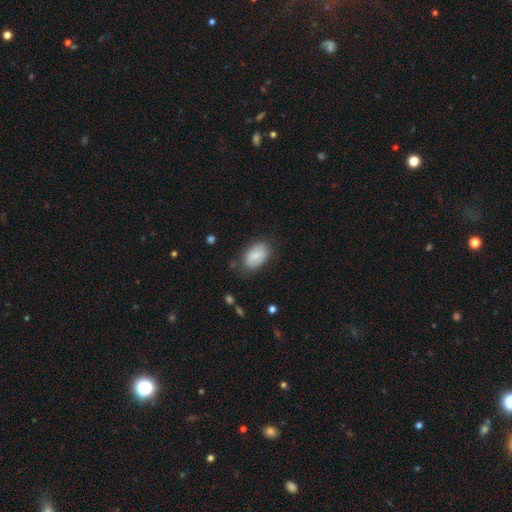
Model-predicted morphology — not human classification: The model was most divided on "smooth or featured": smooth: 71%, featured or disk: 22%, star or artifact: 7%. More confident: how rounded — in between (91%); merging — none (75%).